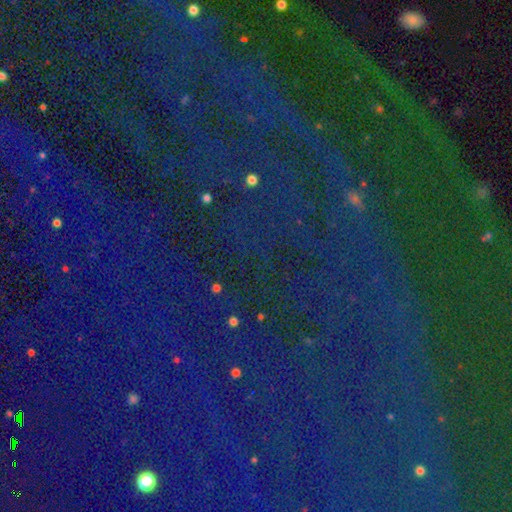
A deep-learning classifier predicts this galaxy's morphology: Smooth or featured?
  - star or artifact: 83% *
  - smooth: 10%
  - featured or disk: 7%